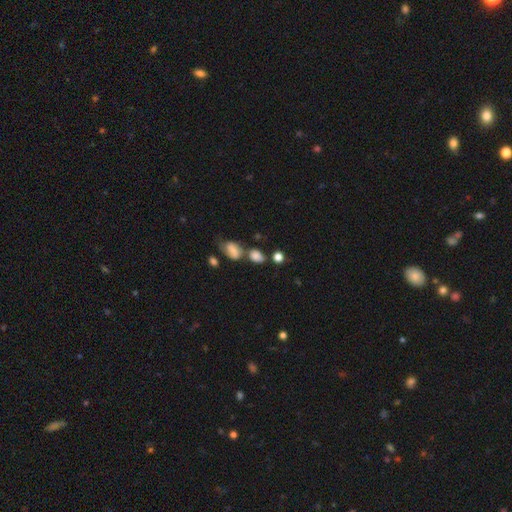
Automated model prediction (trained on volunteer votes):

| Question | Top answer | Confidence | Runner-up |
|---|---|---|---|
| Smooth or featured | smooth | 77% | star or artifact (12%) |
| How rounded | in between | 62% | round (36%) |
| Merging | none | 46% | merger (31%) |